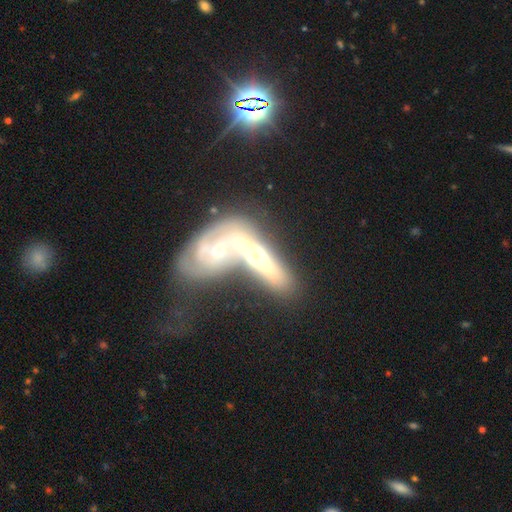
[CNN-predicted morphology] This is likely a featured or disk galaxy (65%). It is likely not viewed edge-on (63%). Merging: likely merger (67%).